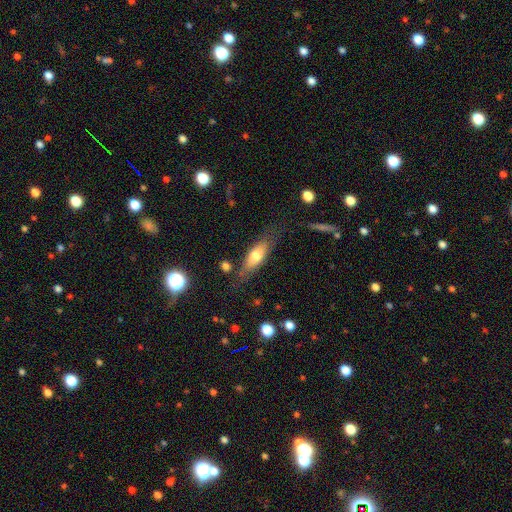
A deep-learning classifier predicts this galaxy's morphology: Smooth or featured: smooth — 63% (featured or disk — 30%)
How rounded: in between — 56% (cigar-shaped — 41%)
Merging: none — 70% (minor disturbance — 19%)